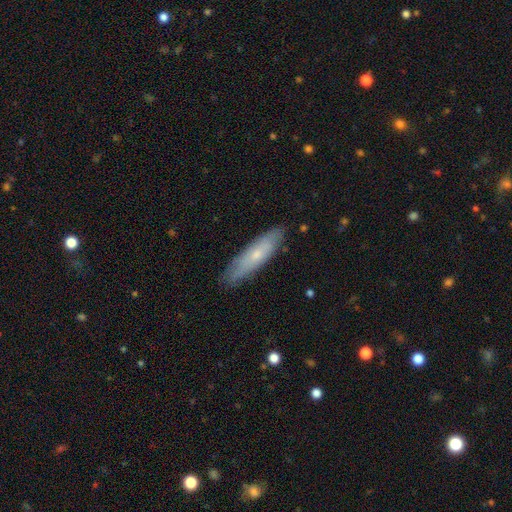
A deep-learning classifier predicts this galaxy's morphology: A smooth galaxy with no disk features (54%) that is cigar-shaped (73%). Merging: none (84%).